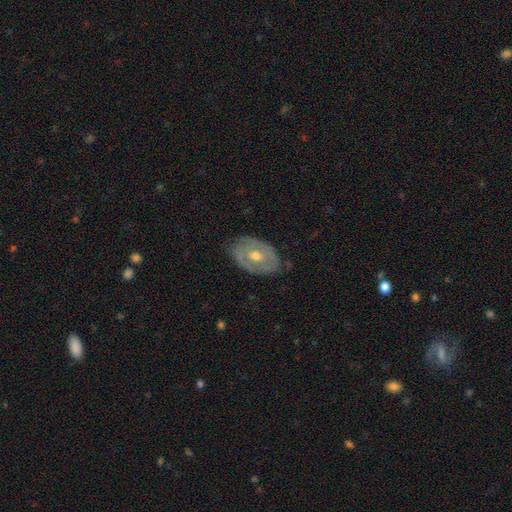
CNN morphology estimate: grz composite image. It shows a featured or disk galaxy (68%) with no bar (66%), no spiral arms (52%) and a moderate central bulge (72%). Merging: none (78%).